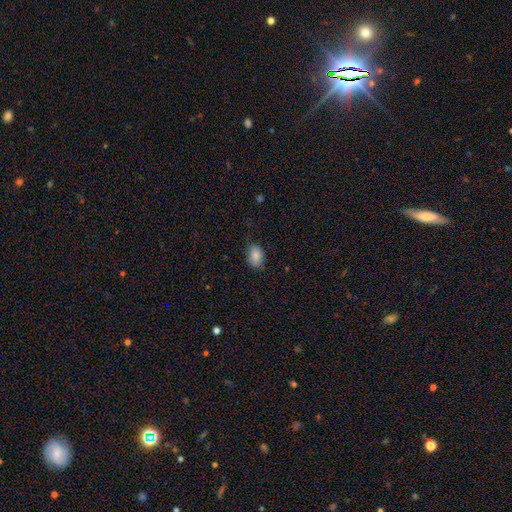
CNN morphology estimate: smooth 86%, star or artifact 8%, featured or disk 6%. Down the decision tree: how rounded — in between (85%); merging — none (76%).